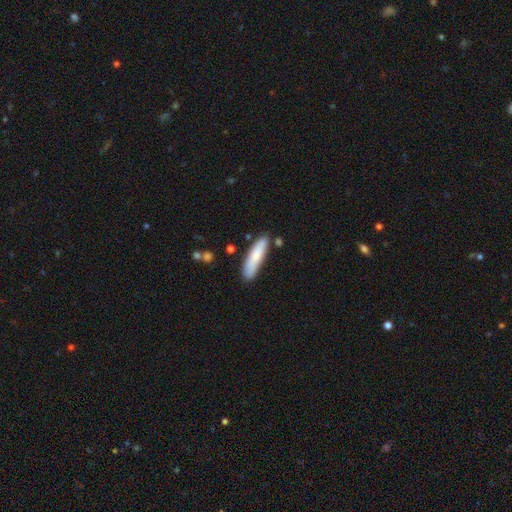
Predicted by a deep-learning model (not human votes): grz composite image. It shows a smooth galaxy with no disk features (79%) that is cigar-shaped (75%). Merging: none (78%).